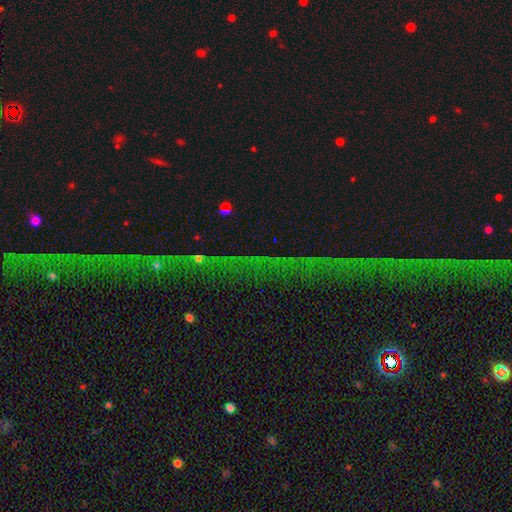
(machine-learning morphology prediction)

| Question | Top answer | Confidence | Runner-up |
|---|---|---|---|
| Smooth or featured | star or artifact | 77% | featured or disk (13%) |